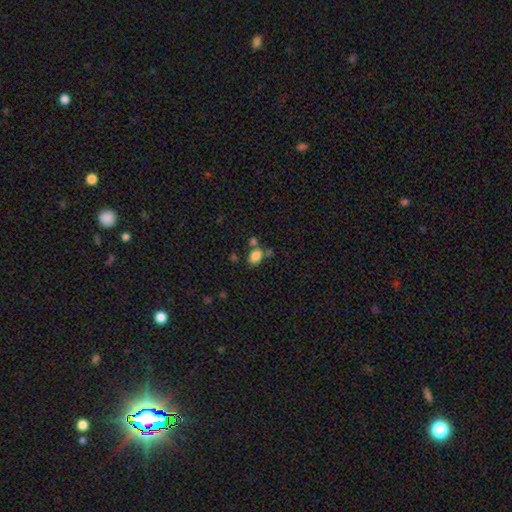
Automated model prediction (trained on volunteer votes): This is clearly a smooth galaxy (83%). How rounded: likely in between (77%). Merging: possibly none (58%).